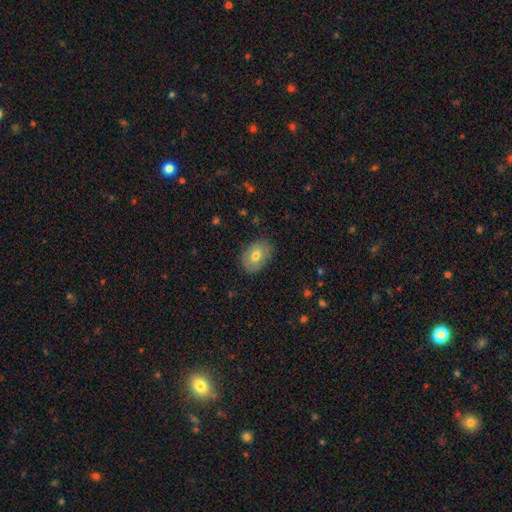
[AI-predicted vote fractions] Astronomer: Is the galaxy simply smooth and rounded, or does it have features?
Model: smooth — 67%.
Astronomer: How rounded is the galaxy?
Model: in between — 80%.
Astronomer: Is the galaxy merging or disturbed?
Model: none — 82%.